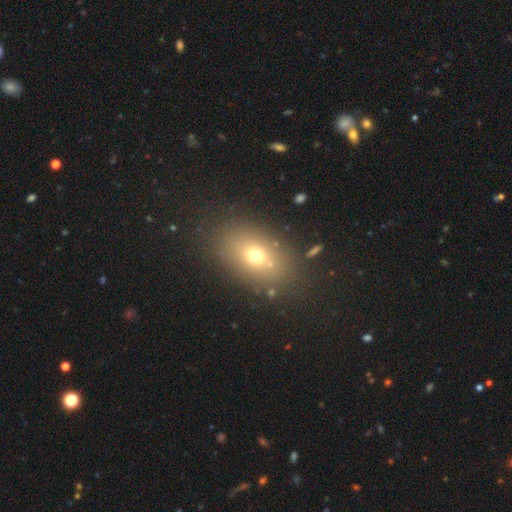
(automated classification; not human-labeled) A smooth galaxy with no disk features (67%) that is in between round and cigar-shaped (78%).

Vote fractions:
- Smooth or featured? smooth: 67% / featured or disk: 17% / star or artifact: 16%
- How rounded? in between: 78% / round: 20% / cigar-shaped: 2%
- Merging? none: 81% / minor disturbance: 10% / major disturbance: 5% / merger: 4%